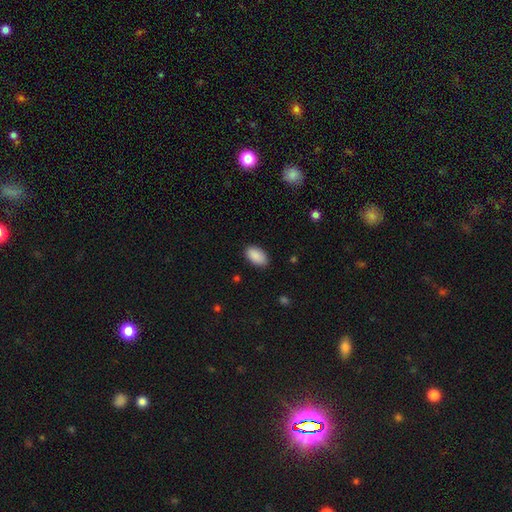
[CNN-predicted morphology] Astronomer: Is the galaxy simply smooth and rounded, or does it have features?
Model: smooth — 90%.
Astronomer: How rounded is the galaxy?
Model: in between — 94%.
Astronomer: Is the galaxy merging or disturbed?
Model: none — 87%.